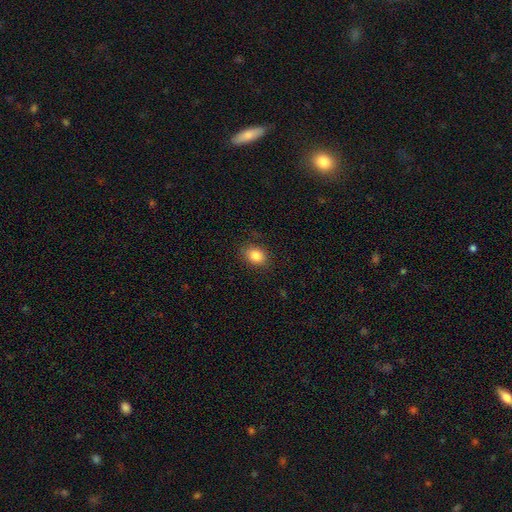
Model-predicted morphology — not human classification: This is clearly a smooth galaxy (84%). How rounded: possibly in between (60%). Merging: clearly none (84%).